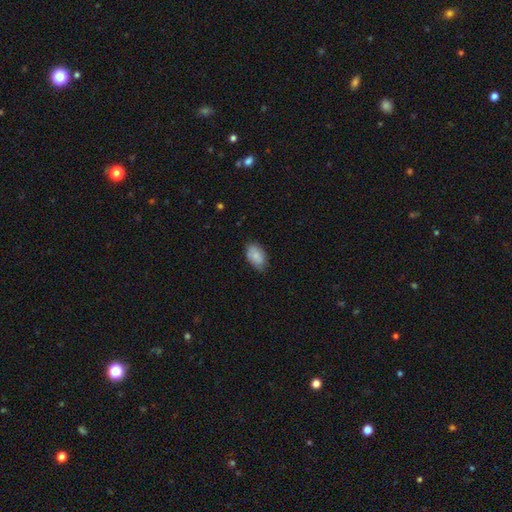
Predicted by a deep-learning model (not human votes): The model was most divided on "merging": none: 69%, minor disturbance: 26%, major disturbance: 4%, merger: 1%. More confident: how rounded — in between (91%); smooth or featured — smooth (78%).